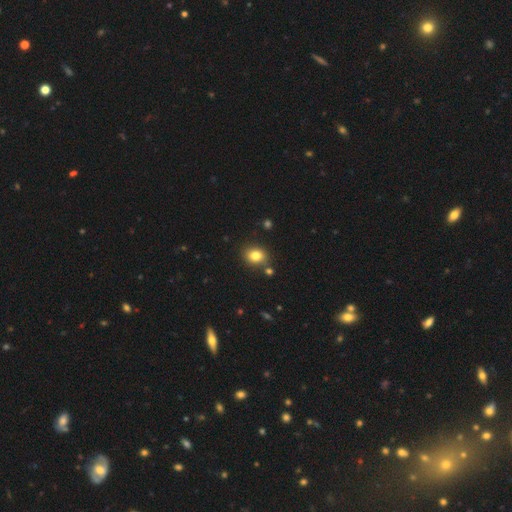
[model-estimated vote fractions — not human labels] smooth 81%, star or artifact 11%, featured or disk 8%. Down the decision tree: how rounded — round (52%); merging — none (79%).